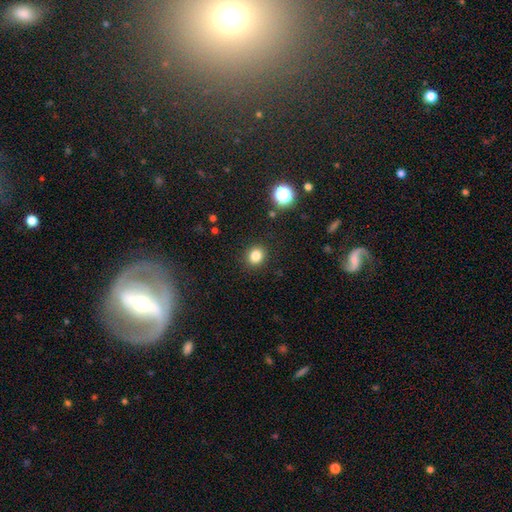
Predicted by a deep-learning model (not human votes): This appears to be a smooth galaxy with no disk features (82%) that is round (79%). Merging: none (90%).